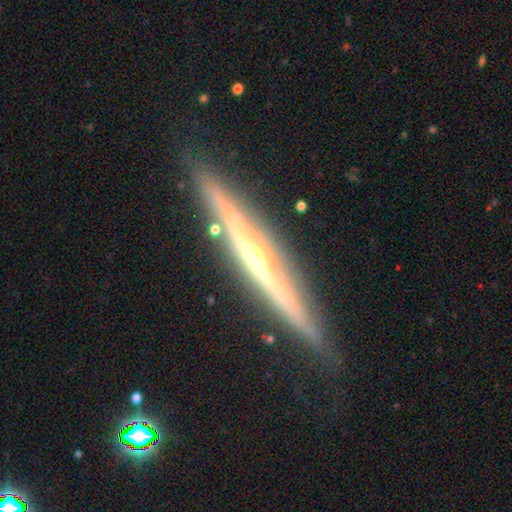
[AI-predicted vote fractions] smooth-or-featured: featured or disk: 85% | smooth: 10% | star or artifact: 5%
  disk-edge-on: yes: 97% | no: 3%
    edge-on-bulge: rounded: 74% | none: 21% | boxy: 5%
  merging: none: 86% | minor disturbance: 10% | major disturbance: 2% | merger: 2%